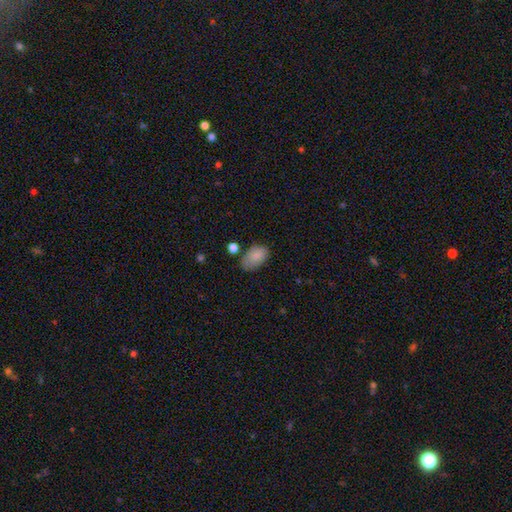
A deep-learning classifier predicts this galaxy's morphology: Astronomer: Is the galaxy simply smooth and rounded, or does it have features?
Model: smooth — 85%.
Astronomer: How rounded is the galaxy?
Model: in between — 92%.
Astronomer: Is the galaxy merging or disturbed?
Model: none — 61%.